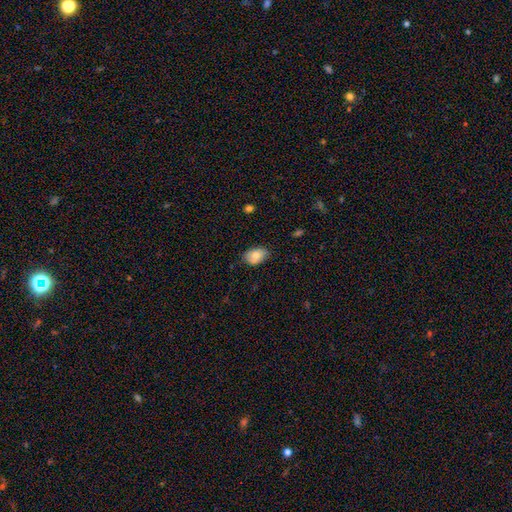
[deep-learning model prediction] The model was most divided on "merging": none: 77%, minor disturbance: 19%, major disturbance: 3%, merger: 1%. More confident: how rounded — in between (87%); smooth or featured — smooth (80%).